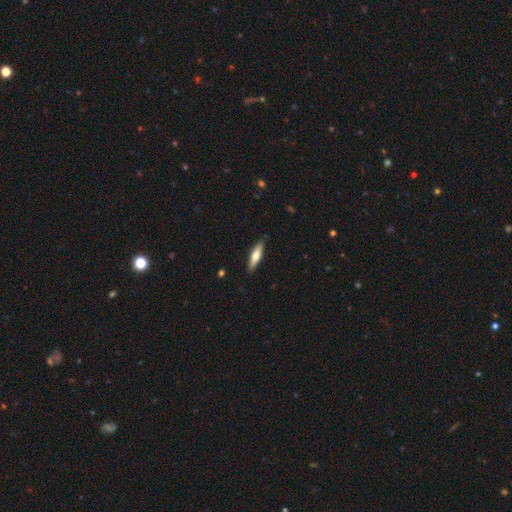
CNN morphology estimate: type=smooth (60%); roundness=cigar-shaped (72%); merging=none (89%).